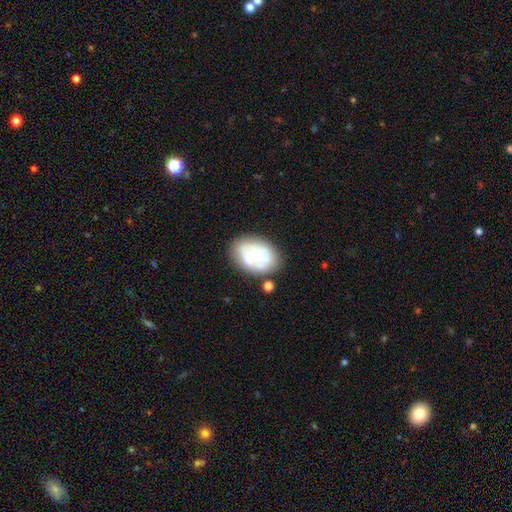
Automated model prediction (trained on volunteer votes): A featured or disk galaxy (47%).

Vote fractions:
- Smooth or featured? featured or disk: 47% / smooth: 45% / star or artifact: 8%
- Merging? none: 60% / minor disturbance: 22% / major disturbance: 10% / merger: 8%